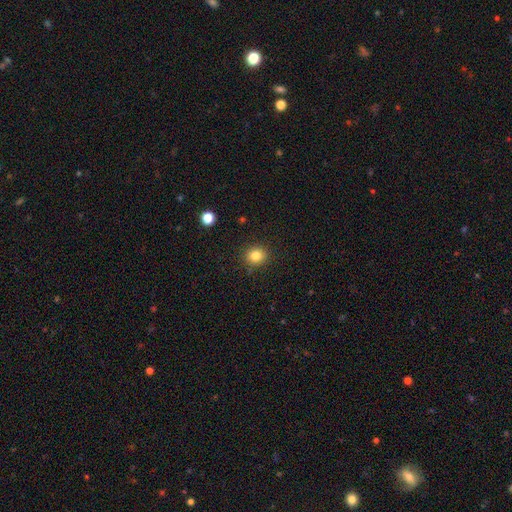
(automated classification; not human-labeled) Morphology: type=smooth (83%); roundness=round (80%); merging=none (89%).